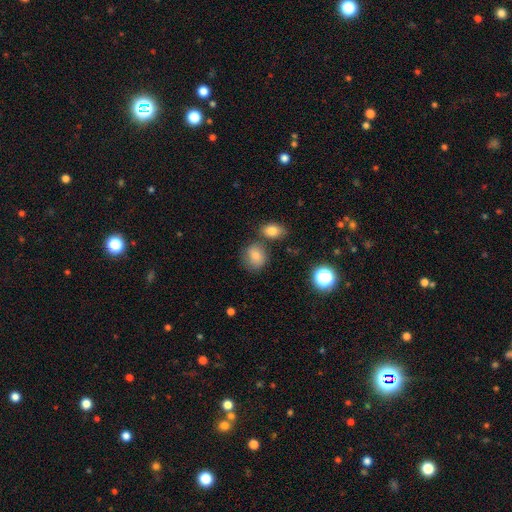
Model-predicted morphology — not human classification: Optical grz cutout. It shows a smooth galaxy with no disk features (80%) that is round (59%). Merging: none (66%).